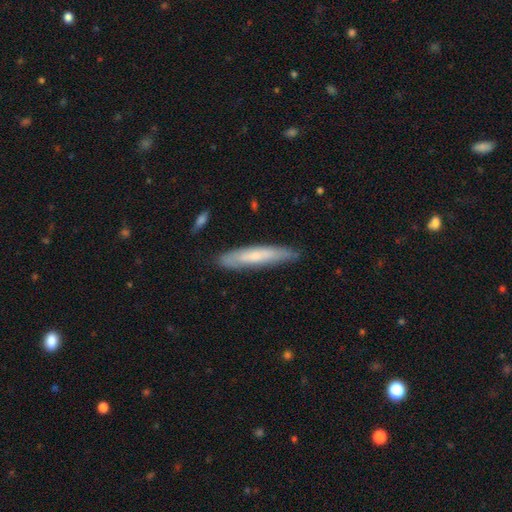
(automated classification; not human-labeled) The model was most divided on "smooth or featured": smooth: 58%, featured or disk: 36%, star or artifact: 6%. More confident: how rounded — cigar-shaped (88%); merging — none (80%).